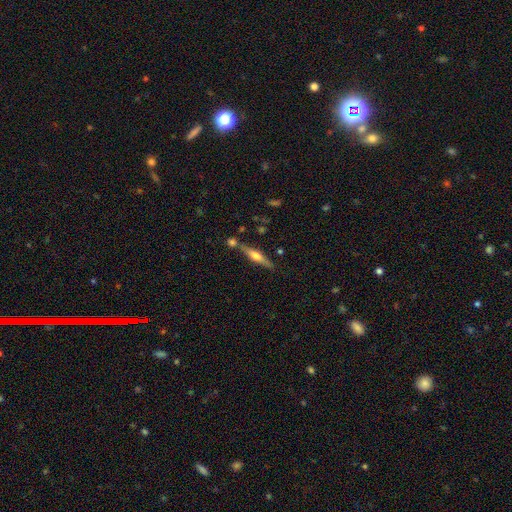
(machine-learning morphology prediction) Smooth or featured?
  - featured or disk: 63% *
  - smooth: 31%
  - star or artifact: 7%
Edge-on disk?
  - yes: 96% *
  - no: 4%
Edge-on bulge?
  - rounded: 87% *
  - boxy: 9%
  - none: 4%
Merging?
  - none: 73% *
  - minor disturbance: 12%
  - merger: 12%
  - major disturbance: 3%